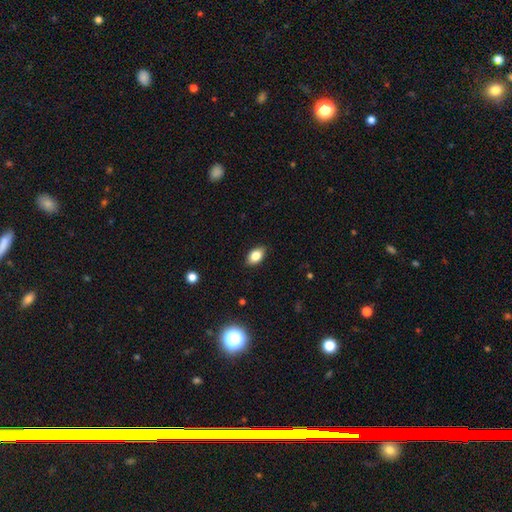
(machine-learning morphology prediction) Smooth or featured?
  - smooth: 83% *
  - featured or disk: 9%
  - star or artifact: 9%
How rounded?
  - in between: 89% *
  - round: 9%
  - cigar-shaped: 2%
Merging?
  - none: 87% *
  - minor disturbance: 10%
  - major disturbance: 2%
  - merger: 1%